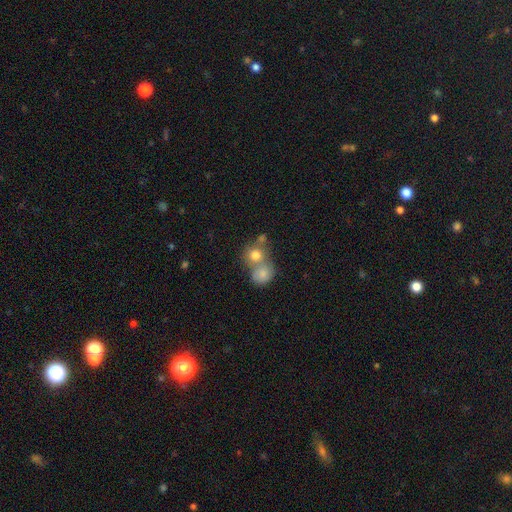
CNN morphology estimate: Smooth or featured? smooth (77%)
How rounded? round (81%)
Merging? merger (54%)